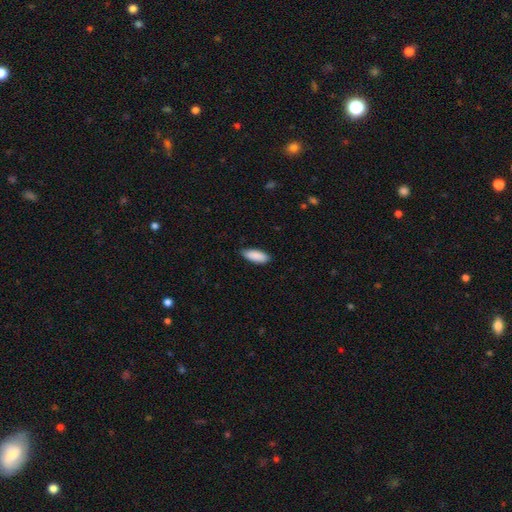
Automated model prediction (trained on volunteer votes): This is clearly a smooth galaxy (90%). How rounded: likely in between (79%). Merging: clearly none (83%).